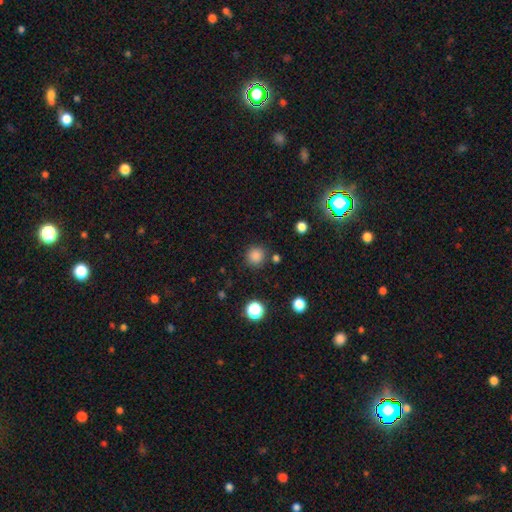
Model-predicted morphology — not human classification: Smooth or featured? smooth (84%)
How rounded? round (92%)
Merging? none (85%)